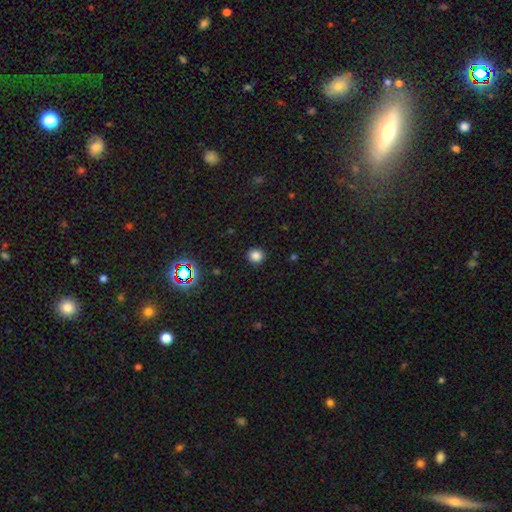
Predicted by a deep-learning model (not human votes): The model was most divided on "smooth or featured": smooth: 82%, star or artifact: 14%, featured or disk: 4%. More confident: merging — none (91%); how rounded — round (89%).